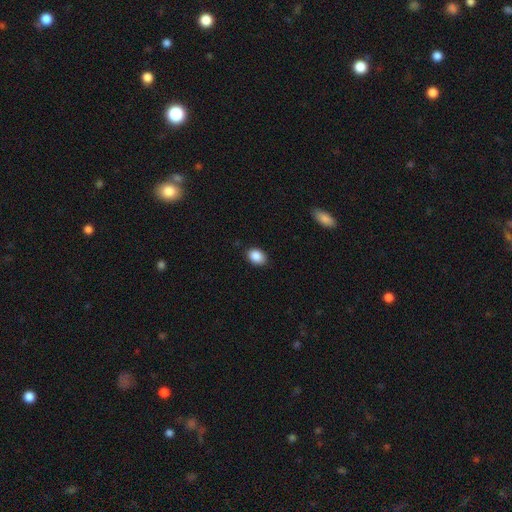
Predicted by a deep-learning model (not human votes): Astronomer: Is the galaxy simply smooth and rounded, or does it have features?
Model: smooth — 88%.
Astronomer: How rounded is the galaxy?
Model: in between — 77%.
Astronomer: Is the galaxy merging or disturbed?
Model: none — 86%.